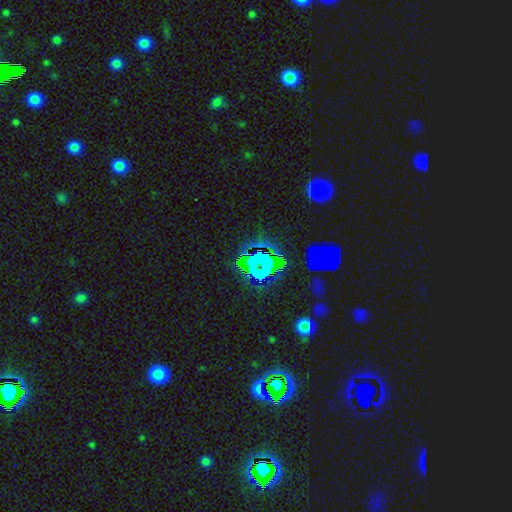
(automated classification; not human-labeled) Overall: star or artifact (70%).